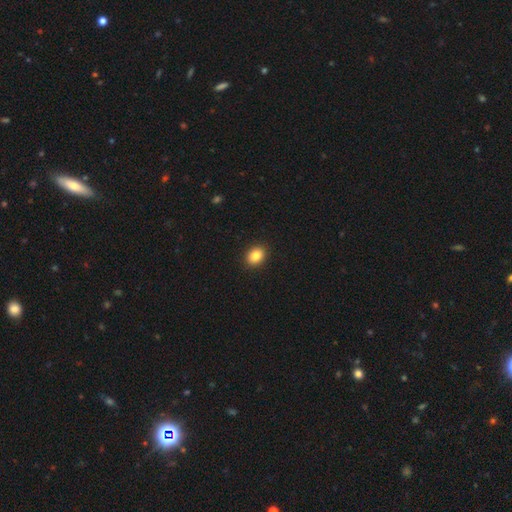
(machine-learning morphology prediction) The model was most divided on "how rounded": in between: 58%, round: 41%, cigar-shaped: 1%. More confident: merging — none (91%); smooth or featured — smooth (85%).